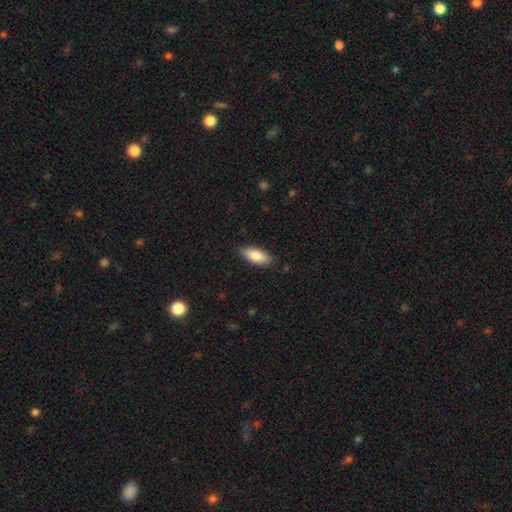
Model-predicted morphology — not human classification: This is clearly a smooth galaxy (86%). How rounded: clearly in between (81%). Merging: clearly none (85%).